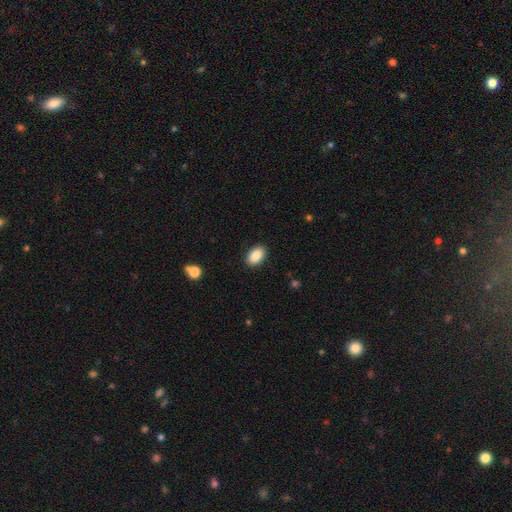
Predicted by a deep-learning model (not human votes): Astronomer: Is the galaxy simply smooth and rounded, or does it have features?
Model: smooth — 88%.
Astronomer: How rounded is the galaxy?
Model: in between — 90%.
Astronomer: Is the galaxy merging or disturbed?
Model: none — 89%.